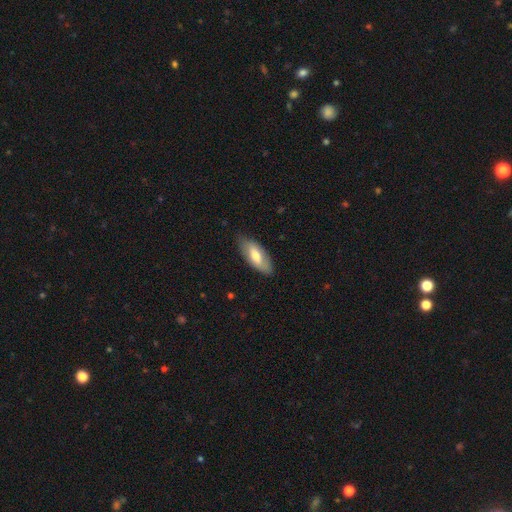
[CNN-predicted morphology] smooth_or_featured: smooth (p=0.63) [alt: featured or disk p=0.31]
how_rounded: in between (p=0.83) [alt: cigar-shaped p=0.15]
merging: none (p=0.76) [alt: minor disturbance p=0.19]